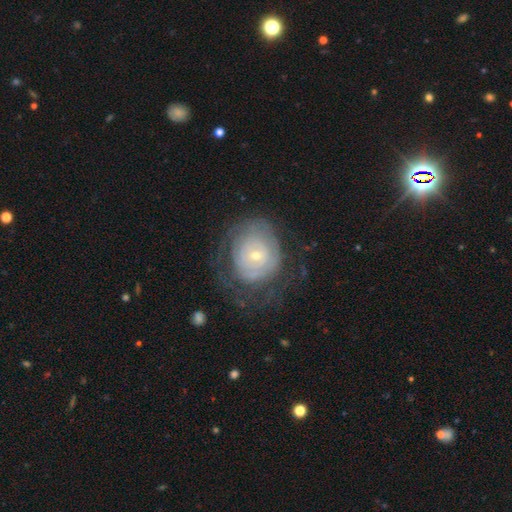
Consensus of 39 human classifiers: A featured or disk galaxy (69%) with no bar (81%), tight (78%) spiral arms (69%) and a small central bulge (77%). Merging: none (46%).